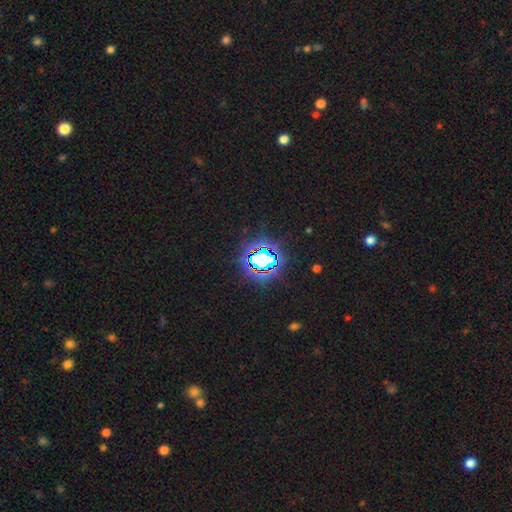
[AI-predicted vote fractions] Smooth or featured? Predicted: star or artifact (p=0.81).